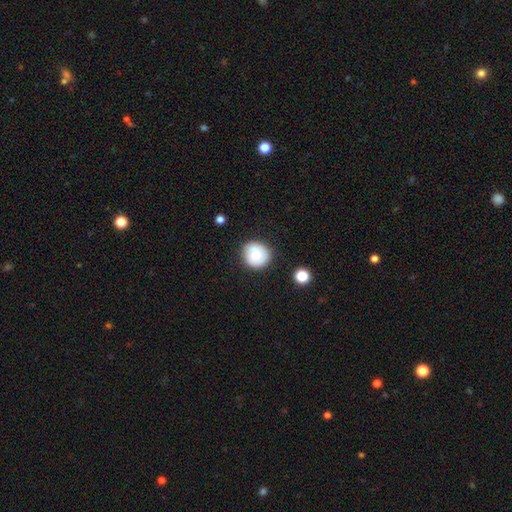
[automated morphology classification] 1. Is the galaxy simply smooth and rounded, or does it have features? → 65% smooth, 26% featured or disk, 9% star or artifact.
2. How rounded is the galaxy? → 92% round, 8% in between, 1% cigar-shaped.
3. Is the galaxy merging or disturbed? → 81% none, 12% minor disturbance, 3% major disturbance, 3% merger.